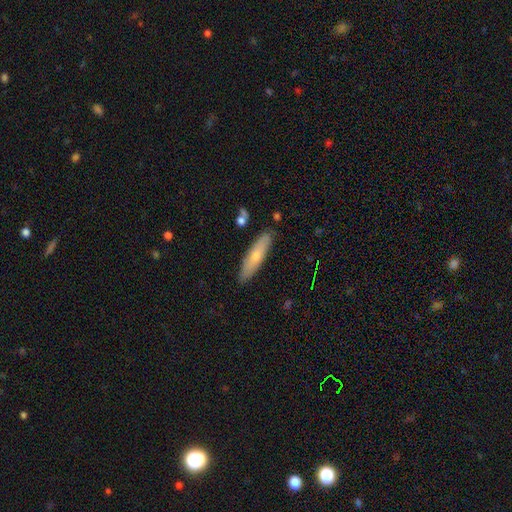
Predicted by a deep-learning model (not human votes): Smooth or featured? smooth (57%)
How rounded? cigar-shaped (78%)
Merging? none (87%)